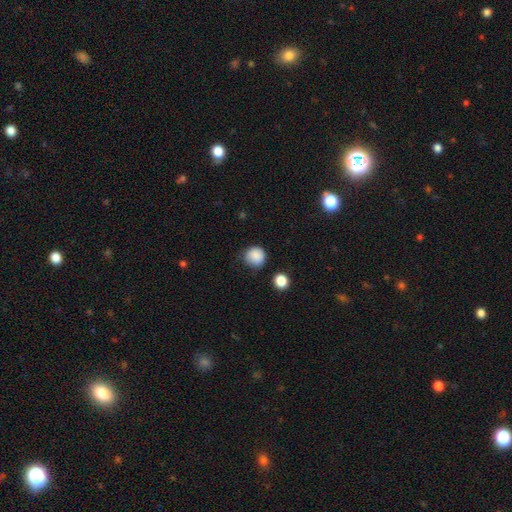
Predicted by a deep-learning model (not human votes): This appears to be a smooth galaxy with no disk features (86%) that is round (92%). Merging: none (75%).